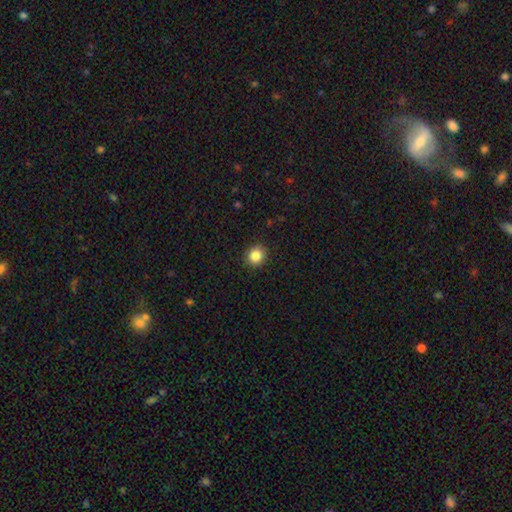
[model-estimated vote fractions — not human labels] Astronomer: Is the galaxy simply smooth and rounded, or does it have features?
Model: smooth — 86%.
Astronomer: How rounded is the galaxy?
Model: round — 78%.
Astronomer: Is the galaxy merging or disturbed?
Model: none — 90%.